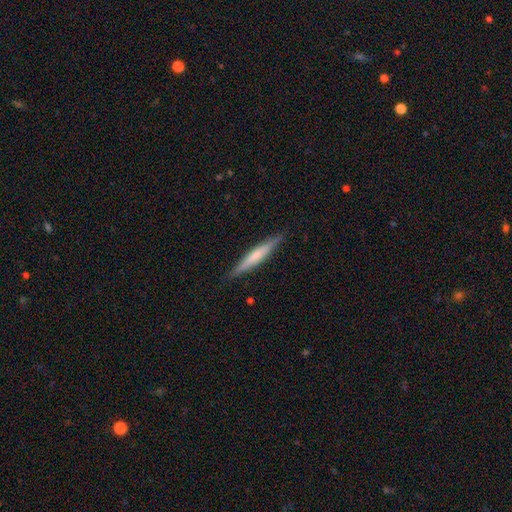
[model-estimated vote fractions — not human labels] Q: Smooth or featured?
A: smooth (48%); runner-up: featured or disk (47%)
Q: Merging?
A: none (89%); runner-up: minor disturbance (8%)